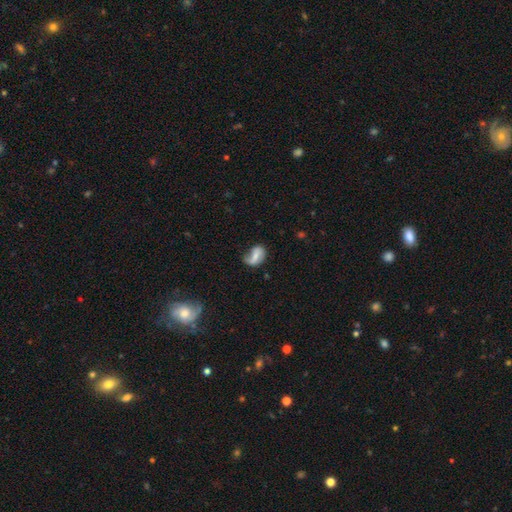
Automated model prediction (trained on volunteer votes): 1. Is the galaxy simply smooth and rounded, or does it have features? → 47% featured or disk, 45% smooth, 9% star or artifact.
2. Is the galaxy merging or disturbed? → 42% none, 32% minor disturbance, 23% major disturbance, 4% merger.